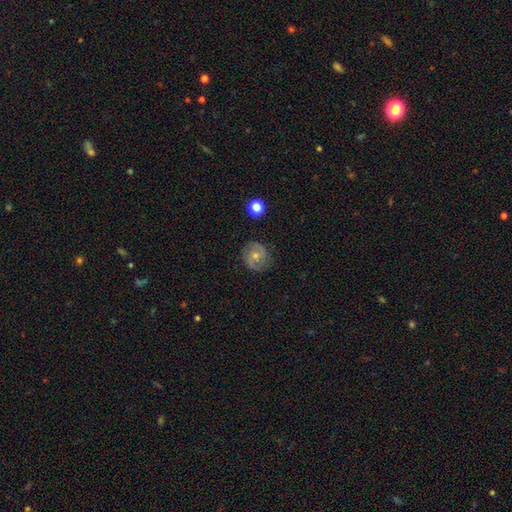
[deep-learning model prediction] Smooth or featured: featured or disk — 58% (smooth — 33%)
Edge-on disk: no — 97% (yes — 3%)
Bar: no — 67% (weak — 27%)
Spiral arms: yes — 87% (no — 13%)
Bulge size: moderate — 49% (small — 47%)
Merging: none — 81% (minor disturbance — 14%)